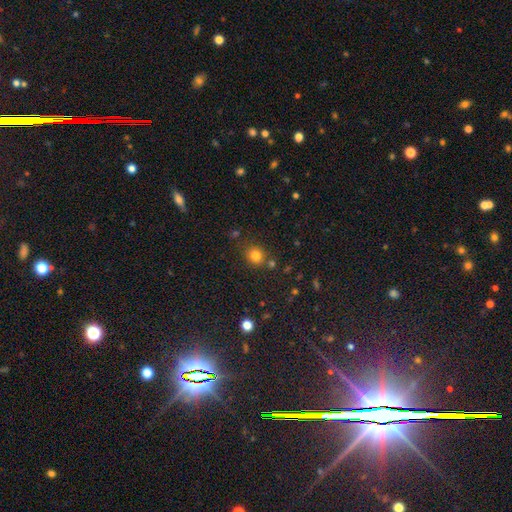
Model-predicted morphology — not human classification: Smooth or featured? smooth (80%)
How rounded? round (82%)
Merging? none (78%)